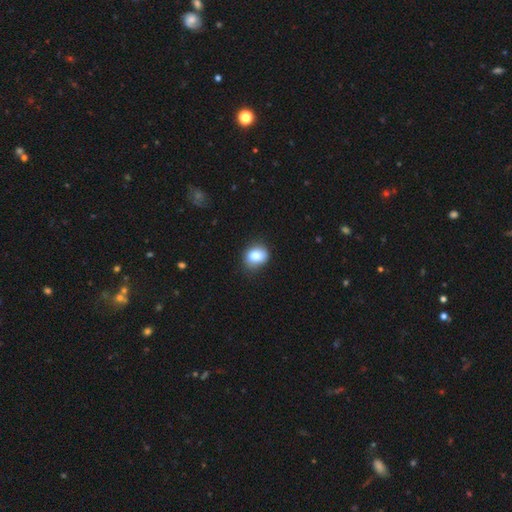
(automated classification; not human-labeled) This appears to be a smooth galaxy with no disk features (83%) that is round (52%). Merging: none (73%).